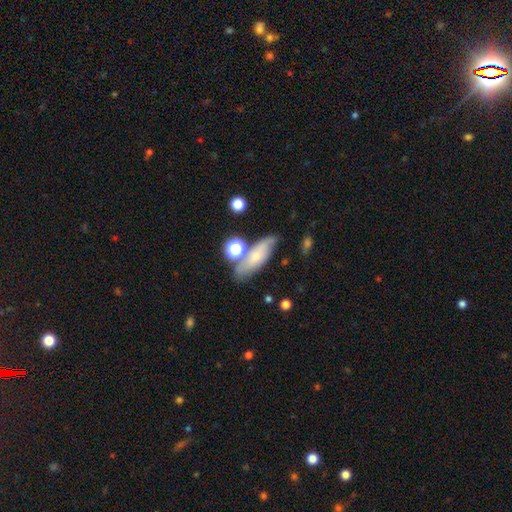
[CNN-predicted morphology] Q: Smooth or featured?
A: smooth (58%); runner-up: featured or disk (33%)
Q: How rounded?
A: in between (57%); runner-up: cigar-shaped (36%)
Q: Merging?
A: none (62%); runner-up: minor disturbance (18%)